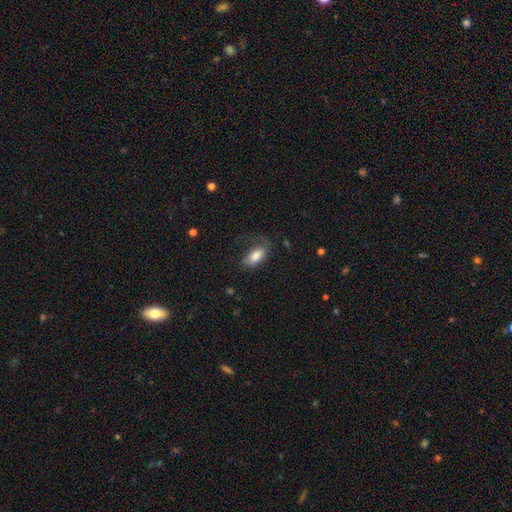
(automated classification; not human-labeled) smooth_or_featured: smooth (p=0.80) [alt: featured or disk p=0.13]
how_rounded: in between (p=0.90) [alt: cigar-shaped p=0.06]
merging: none (p=0.48) [alt: minor disturbance p=0.25]